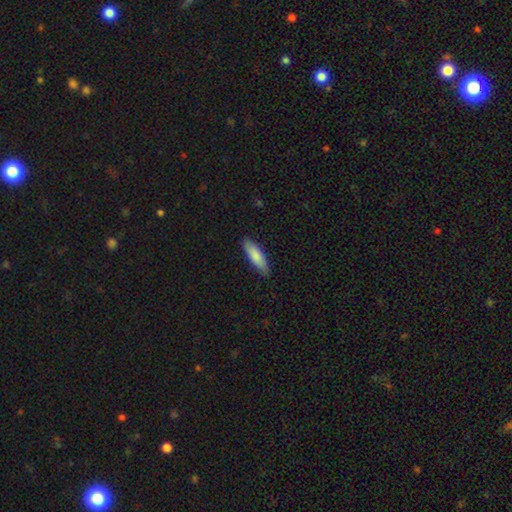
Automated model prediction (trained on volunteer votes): smooth 84%, featured or disk 11%, star or artifact 5%. Down the decision tree: how rounded — cigar-shaped (56%); merging — none (84%).